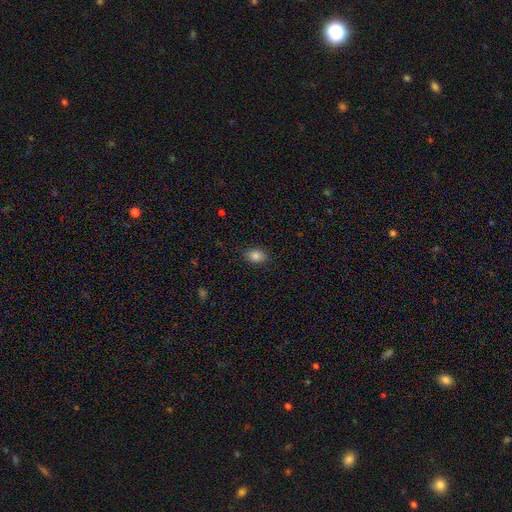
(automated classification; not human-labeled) This is clearly a smooth galaxy (83%). How rounded: likely in between (73%). Merging: clearly none (83%).